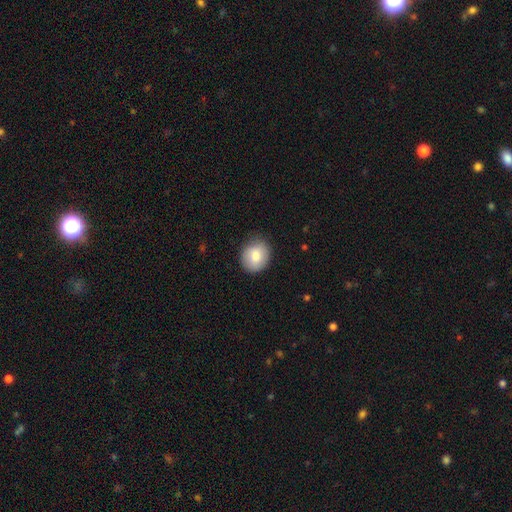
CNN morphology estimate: Smooth or featured?
  - smooth: 82% *
  - featured or disk: 10%
  - star or artifact: 7%
How rounded?
  - round: 70% *
  - in between: 29%
  - cigar-shaped: 1%
Merging?
  - none: 82% *
  - minor disturbance: 14%
  - major disturbance: 3%
  - merger: 1%